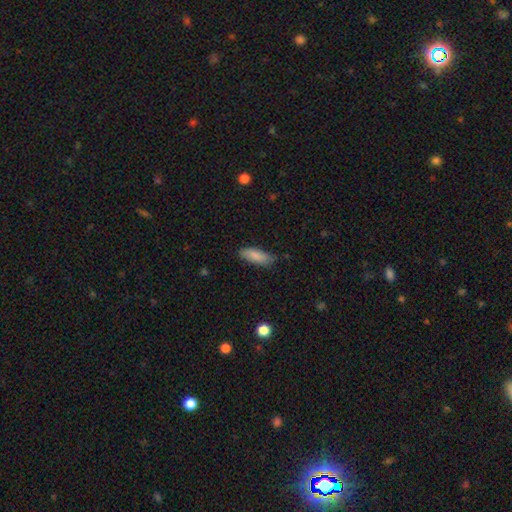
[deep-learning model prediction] A smooth galaxy with no disk features (85%) that is in between round and cigar-shaped (67%). Merging: none (78%).